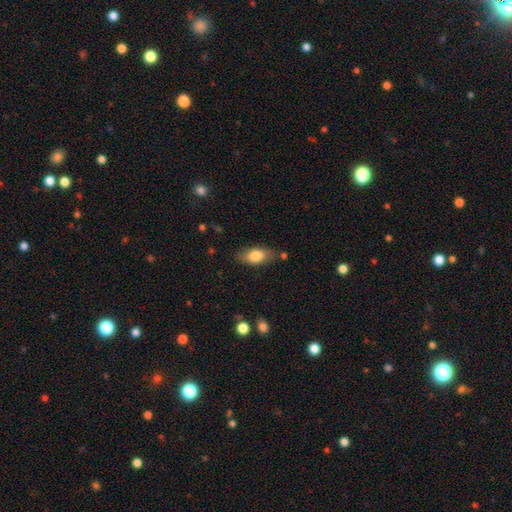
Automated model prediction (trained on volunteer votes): Smooth or featured? smooth (80%)
How rounded? in between (88%)
Merging? none (77%)